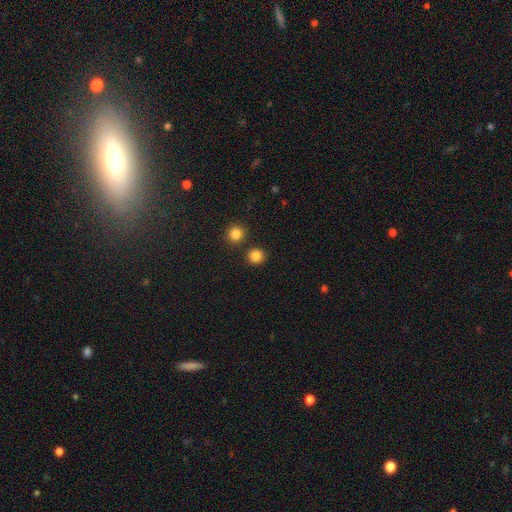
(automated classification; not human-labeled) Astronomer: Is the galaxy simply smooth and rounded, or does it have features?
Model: smooth — 85%.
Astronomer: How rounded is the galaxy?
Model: round — 90%.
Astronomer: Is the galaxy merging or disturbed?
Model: none — 85%.